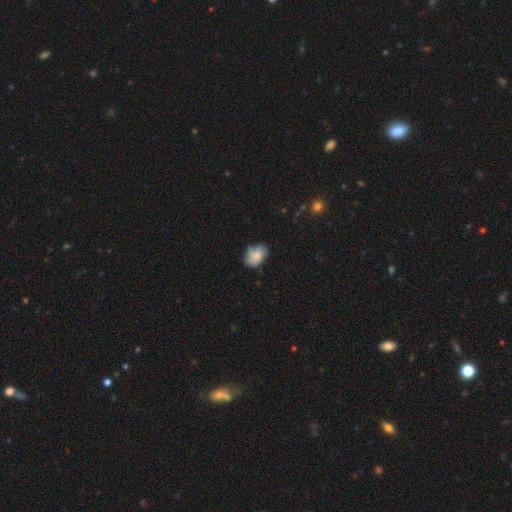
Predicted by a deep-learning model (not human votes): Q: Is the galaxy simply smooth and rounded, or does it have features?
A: smooth — 75%.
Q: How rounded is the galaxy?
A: in between — 80%.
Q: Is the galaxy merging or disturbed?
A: none — 57%.